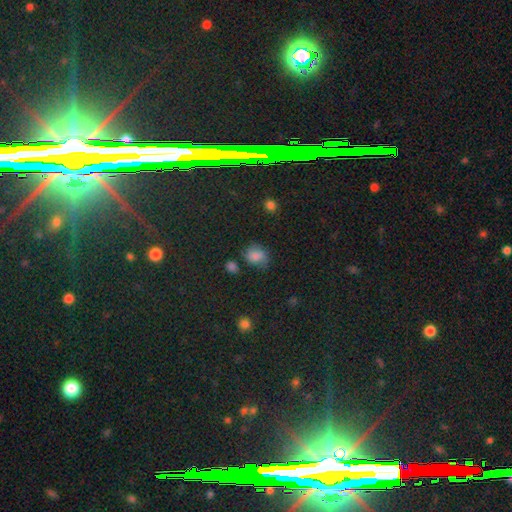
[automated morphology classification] This appears to be a smooth galaxy with no disk features (69%) that is round (54%). Merging: none (52%).